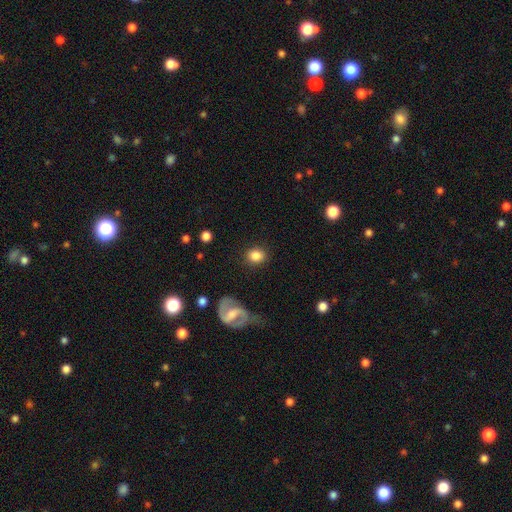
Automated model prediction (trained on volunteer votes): Smooth or featured?
  - smooth: 79% *
  - featured or disk: 13%
  - star or artifact: 8%
How rounded?
  - round: 65% *
  - in between: 34%
  - cigar-shaped: 1%
Merging?
  - none: 83% *
  - minor disturbance: 10%
  - major disturbance: 4%
  - merger: 2%